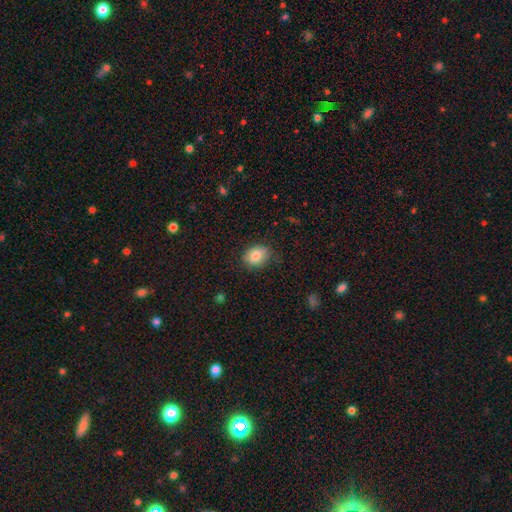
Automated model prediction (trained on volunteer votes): Smooth or featured? Predicted: smooth (p=0.83). How rounded? Predicted: in between (p=0.57). Merging? Predicted: none (p=0.77).